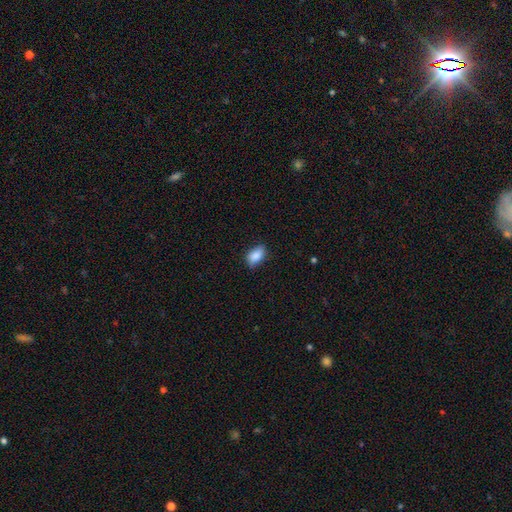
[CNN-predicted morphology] smooth_or_featured: smooth (p=0.86) [alt: star or artifact p=0.07]
how_rounded: in between (p=0.89) [alt: round p=0.07]
merging: none (p=0.79) [alt: minor disturbance p=0.17]